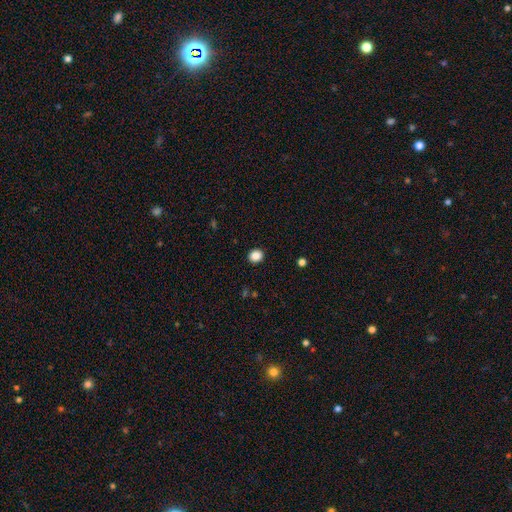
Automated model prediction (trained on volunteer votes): Smooth or featured?
  - smooth: 87% *
  - star or artifact: 10%
  - featured or disk: 3%
How rounded?
  - round: 71% *
  - in between: 28%
  - cigar-shaped: 1%
Merging?
  - none: 92% *
  - minor disturbance: 6%
  - major disturbance: 2%
  - merger: 1%